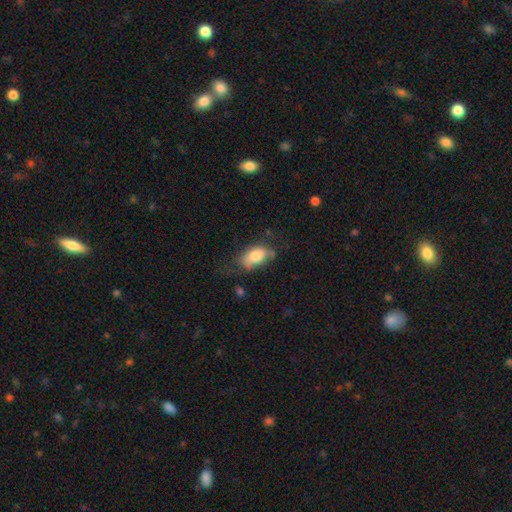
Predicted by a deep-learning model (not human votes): A smooth galaxy with no disk features (76%) that is in between round and cigar-shaped (90%).

Vote fractions:
- Smooth or featured? smooth: 76% / featured or disk: 17% / star or artifact: 7%
- How rounded? in between: 90% / round: 7% / cigar-shaped: 3%
- Merging? none: 46% / minor disturbance: 32% / major disturbance: 18% / merger: 4%